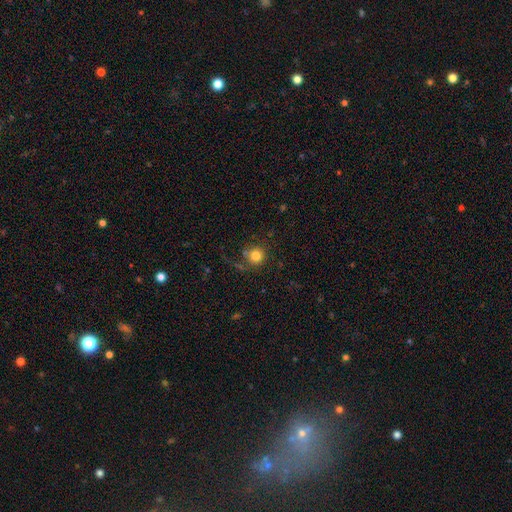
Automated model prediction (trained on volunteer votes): This is clearly a smooth galaxy (81%). How rounded: clearly round (93%). Merging: likely none (71%).